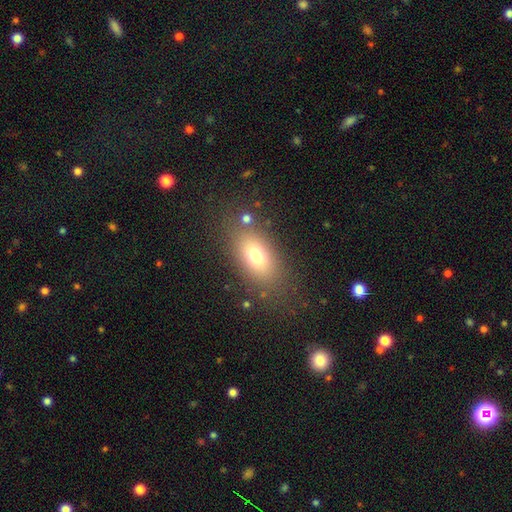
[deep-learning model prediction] A smooth galaxy with no disk features (73%) that is in between round and cigar-shaped (84%). Merging: none (78%).